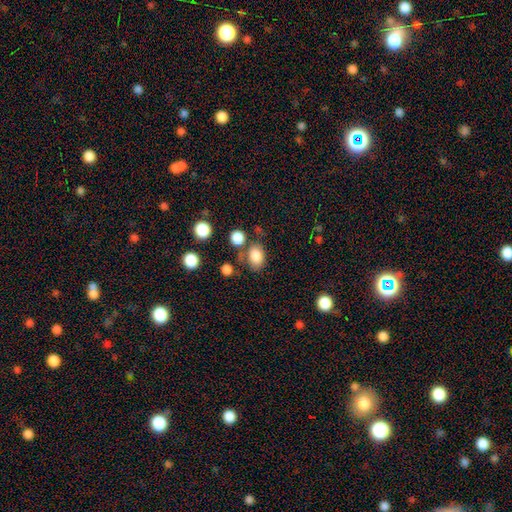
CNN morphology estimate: Smooth or featured? smooth (83%)
How rounded? in between (74%)
Merging? none (64%)